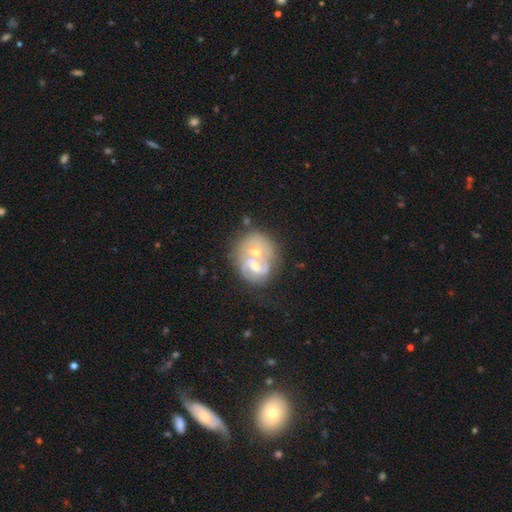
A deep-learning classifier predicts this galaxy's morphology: Smooth or featured? featured or disk (60%)
Edge-on disk? no (97%)
Bar? no (69%)
Spiral arms? no (56%)
Bulge size? moderate (64%)
Merging? merger (61%)